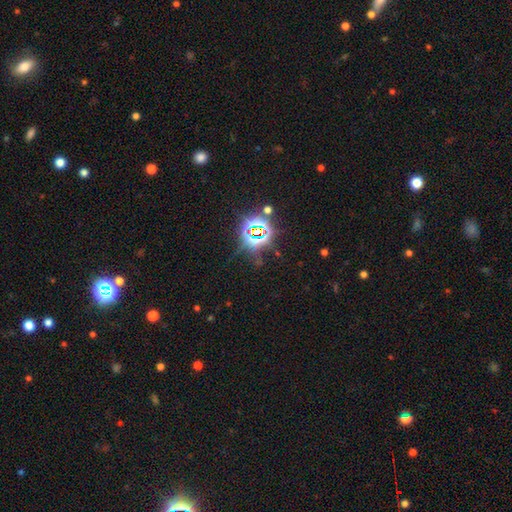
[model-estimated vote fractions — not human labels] Q: Smooth or featured?
A: star or artifact (80%); runner-up: smooth (12%)